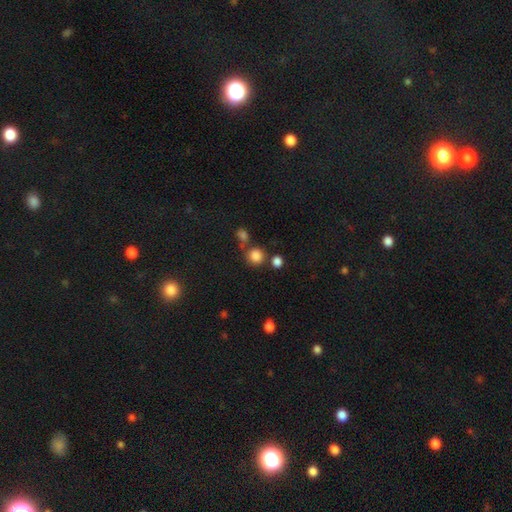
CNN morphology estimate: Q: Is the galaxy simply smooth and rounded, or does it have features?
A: smooth — 83%.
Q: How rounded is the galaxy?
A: round — 89%.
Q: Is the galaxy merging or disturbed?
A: none — 66%.